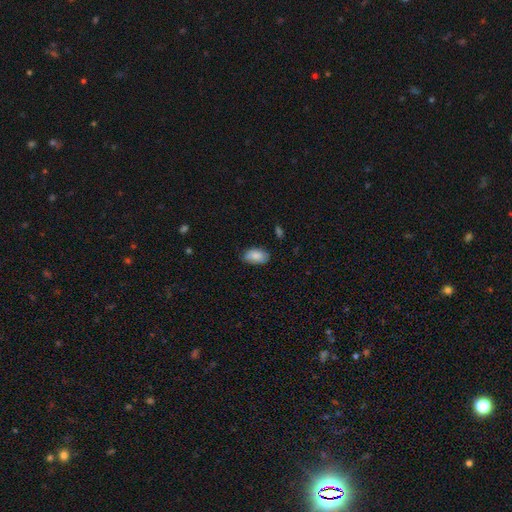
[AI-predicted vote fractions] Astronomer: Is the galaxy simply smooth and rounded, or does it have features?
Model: smooth — 80%.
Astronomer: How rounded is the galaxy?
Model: in between — 92%.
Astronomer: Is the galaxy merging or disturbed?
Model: none — 74%.